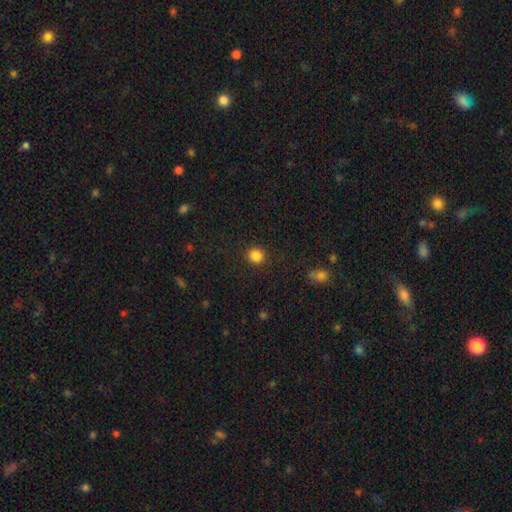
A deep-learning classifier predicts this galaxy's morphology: A smooth galaxy with no disk features (86%) that is round (91%).

Vote fractions:
- Smooth or featured? smooth: 86% / star or artifact: 11% / featured or disk: 3%
- How rounded? round: 91% / in between: 8% / cigar-shaped: 1%
- Merging? none: 91% / minor disturbance: 6% / major disturbance: 2% / merger: 1%